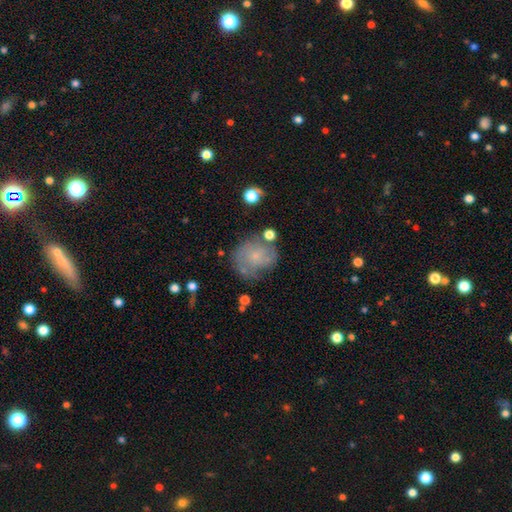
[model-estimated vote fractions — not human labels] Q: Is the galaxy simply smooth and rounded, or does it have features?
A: featured or disk — 53%.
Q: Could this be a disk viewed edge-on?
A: no — 98%.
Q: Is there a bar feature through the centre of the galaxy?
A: no — 80%.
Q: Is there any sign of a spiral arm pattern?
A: yes — 79%.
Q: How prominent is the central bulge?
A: small — 72%.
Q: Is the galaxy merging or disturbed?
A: none — 60%.